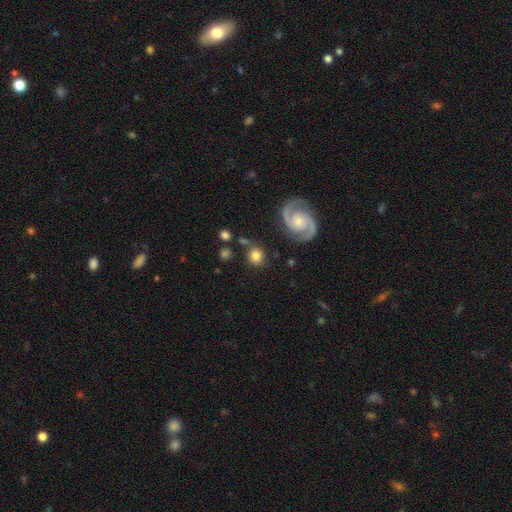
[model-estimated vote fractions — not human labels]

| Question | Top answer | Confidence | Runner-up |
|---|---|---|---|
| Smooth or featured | smooth | 67% | featured or disk (24%) |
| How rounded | round | 86% | in between (12%) |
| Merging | none | 77% | minor disturbance (12%) |